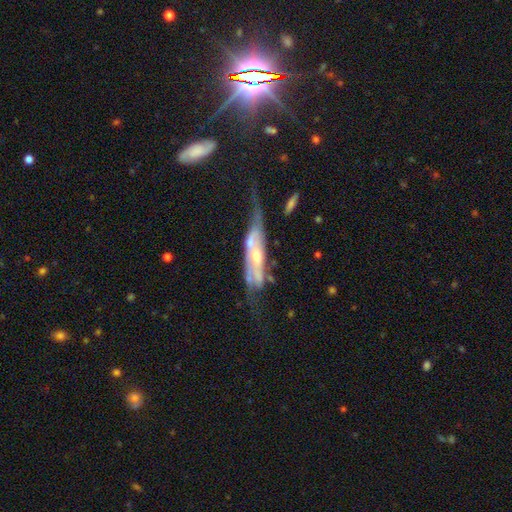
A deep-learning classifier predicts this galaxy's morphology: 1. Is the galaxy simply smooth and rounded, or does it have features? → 73% featured or disk, 20% smooth, 7% star or artifact.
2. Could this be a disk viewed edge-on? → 67% no, 33% yes.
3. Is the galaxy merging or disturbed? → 33% major disturbance, 26% none, 21% minor disturbance, 19% merger.